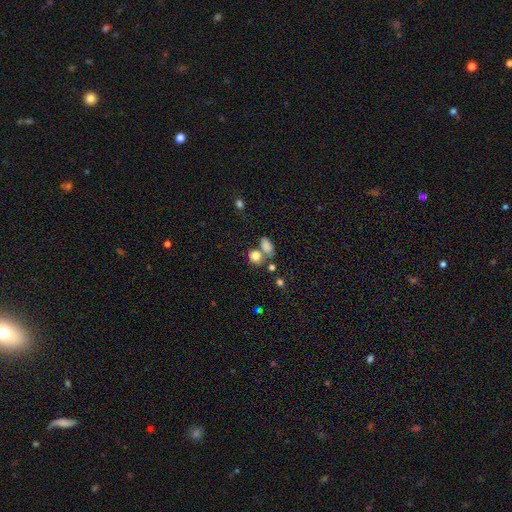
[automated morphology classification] The model was most divided on "merging": none: 46%, merger: 36%, minor disturbance: 12%, major disturbance: 7%. More confident: smooth or featured — smooth (79%); how rounded — round (56%).